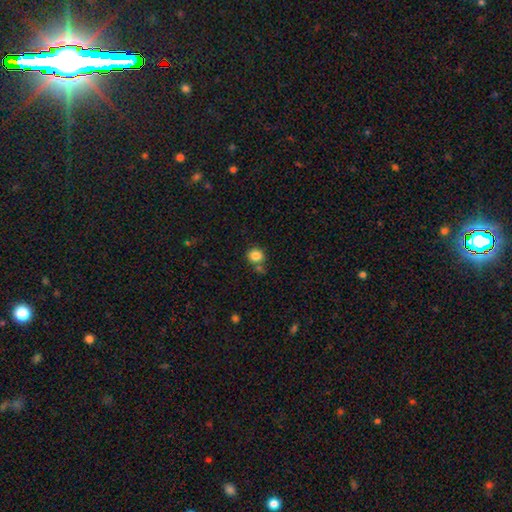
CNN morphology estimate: type=smooth (84%); roundness=round (83%); merging=none (67%).